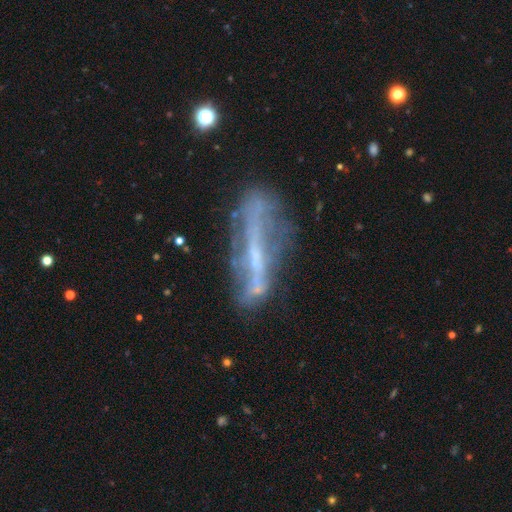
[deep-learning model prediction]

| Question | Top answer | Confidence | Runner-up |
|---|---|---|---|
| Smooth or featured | featured or disk | 70% | smooth (19%) |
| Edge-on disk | no | 57% | yes (43%) |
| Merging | none | 56% | minor disturbance (22%) |